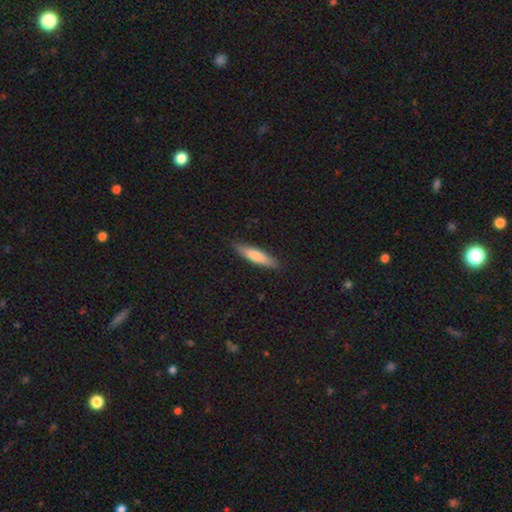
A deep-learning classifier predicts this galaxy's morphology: A smooth galaxy with no disk features (71%) that is cigar-shaped (78%). Merging: none (87%).